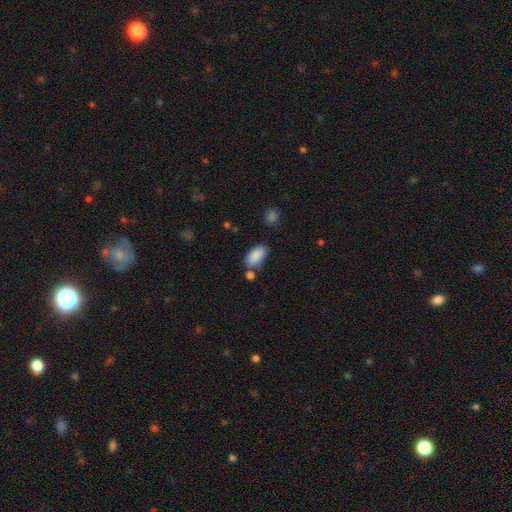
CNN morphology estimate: Q: Smooth or featured?
A: smooth (88%); runner-up: star or artifact (7%)
Q: How rounded?
A: in between (93%); runner-up: cigar-shaped (5%)
Q: Merging?
A: none (66%); runner-up: minor disturbance (17%)